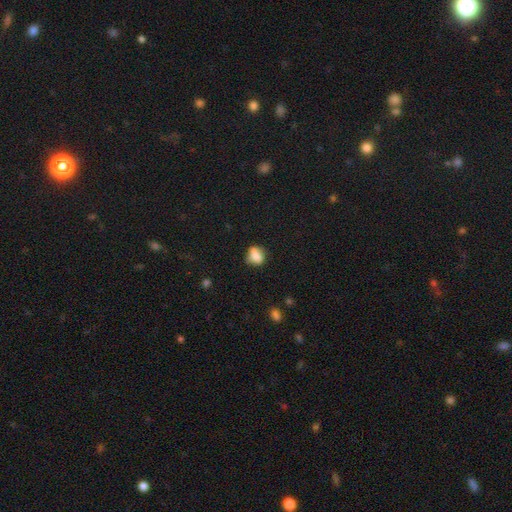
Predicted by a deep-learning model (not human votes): The model was most divided on "how rounded": round: 51%, in between: 47%, cigar-shaped: 2%. More confident: smooth or featured — smooth (80%); merging — none (60%).